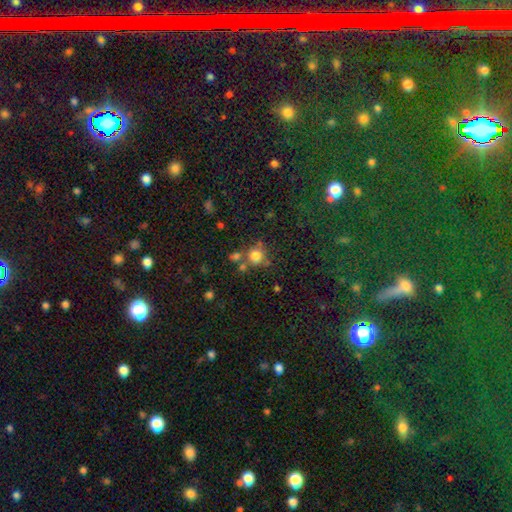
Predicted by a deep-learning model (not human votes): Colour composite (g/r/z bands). It shows a smooth galaxy with no disk features (77%) that is round (88%). Merging: none (61%).